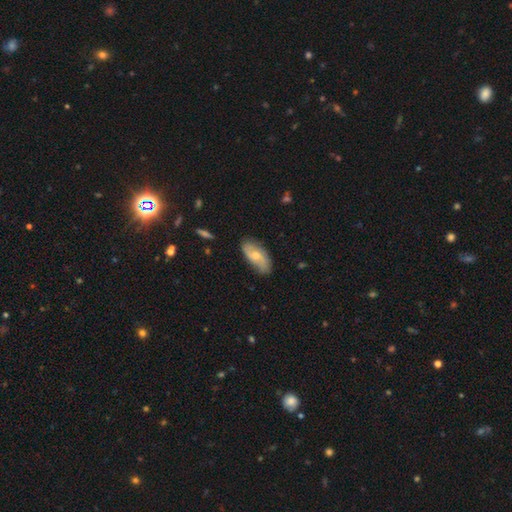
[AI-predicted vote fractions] smooth 51%, featured or disk 43%, star or artifact 6%. Down the decision tree: how rounded — in between (89%); merging — none (73%).